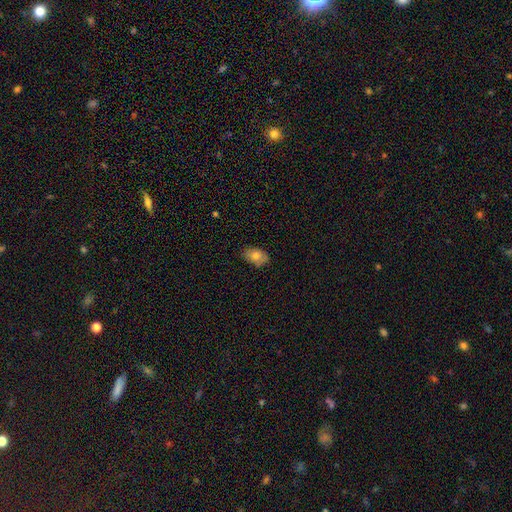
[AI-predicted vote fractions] A smooth galaxy with no disk features (78%) that is in between round and cigar-shaped (86%). Merging: none (80%).